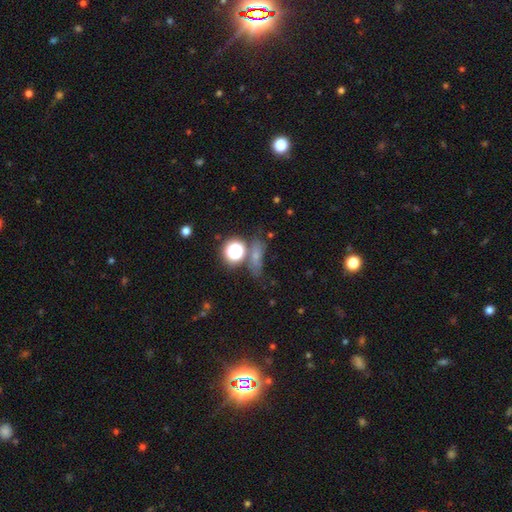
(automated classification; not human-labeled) A smooth galaxy with no disk features (55%) that is in between round and cigar-shaped (40%). Merging: none (64%).